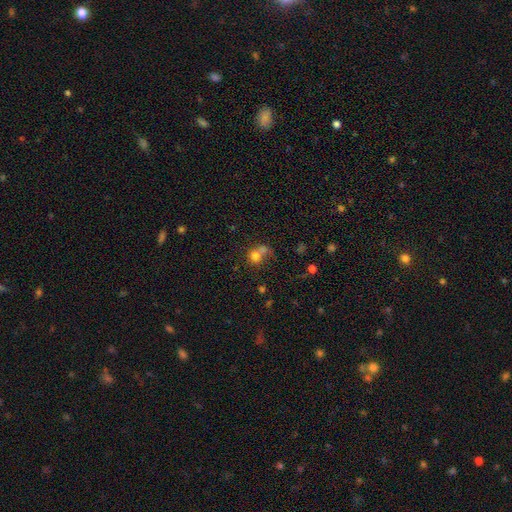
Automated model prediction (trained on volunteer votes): Smooth or featured: smooth — 73% (star or artifact — 14%)
How rounded: round — 75% (in between — 24%)
Merging: merger — 49% (none — 34%)